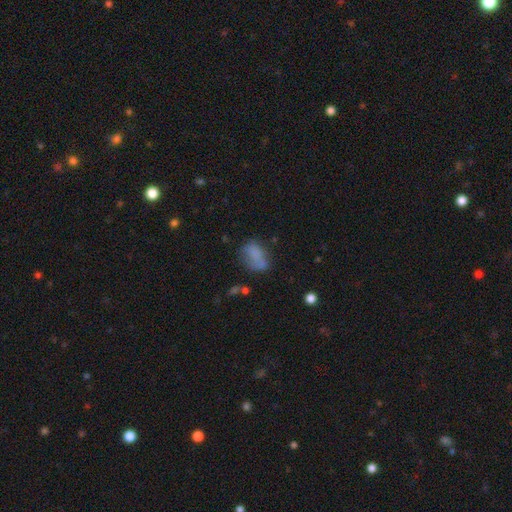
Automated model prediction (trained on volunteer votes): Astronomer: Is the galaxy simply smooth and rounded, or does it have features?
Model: smooth — 70%.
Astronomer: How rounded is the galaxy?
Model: in between — 83%.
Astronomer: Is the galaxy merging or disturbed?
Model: none — 45% (runner-up: minor disturbance, 28%).